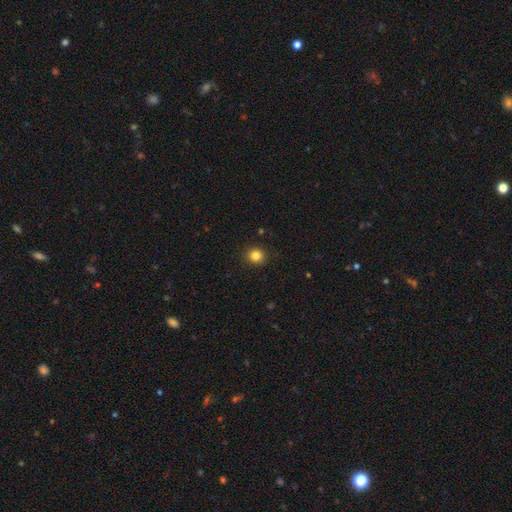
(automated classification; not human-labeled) Smooth or featured?
  - smooth: 83% *
  - star or artifact: 12%
  - featured or disk: 5%
How rounded?
  - round: 90% *
  - in between: 9%
  - cigar-shaped: 1%
Merging?
  - none: 92% *
  - minor disturbance: 6%
  - major disturbance: 2%
  - merger: 1%